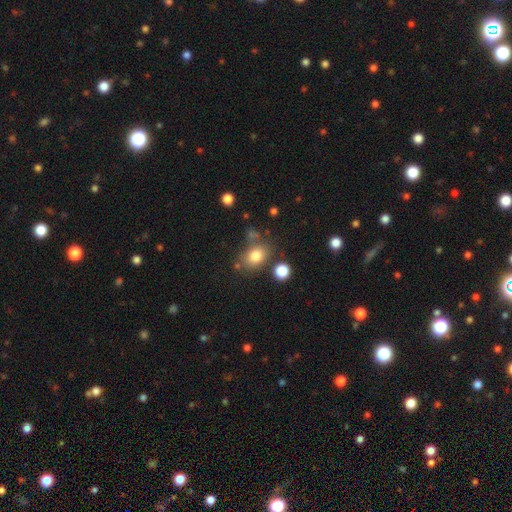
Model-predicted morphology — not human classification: Smooth or featured? smooth (79%)
How rounded? in between (59%)
Merging? none (67%)